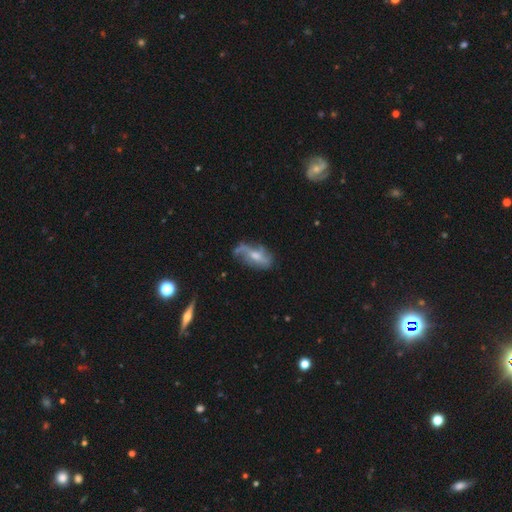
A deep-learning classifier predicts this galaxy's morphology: Smooth or featured?
  - featured or disk: 66% *
  - smooth: 26%
  - star or artifact: 8%
Edge-on disk?
  - no: 90% *
  - yes: 10%
Bar?
  - no: 49% *
  - weak: 39%
  - strong: 11%
Spiral arms?
  - yes: 78% *
  - no: 22%
Bulge size?
  - moderate: 55% *
  - small: 32%
  - none: 6%
  - large: 6%
  - dominant: 1%
Merging?
  - none: 53% *
  - minor disturbance: 26%
  - major disturbance: 17%
  - merger: 4%